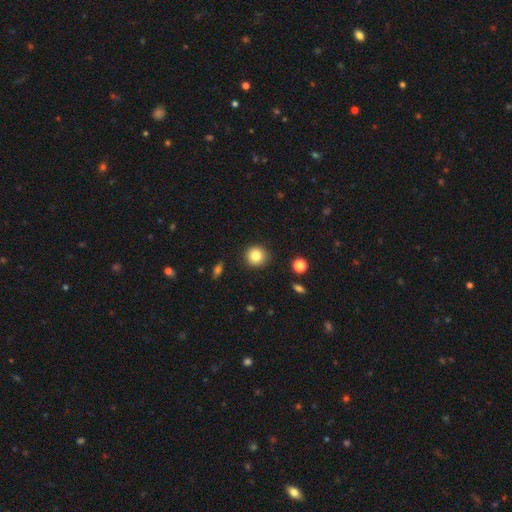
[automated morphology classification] Smooth or featured? smooth (83%)
How rounded? round (92%)
Merging? none (90%)